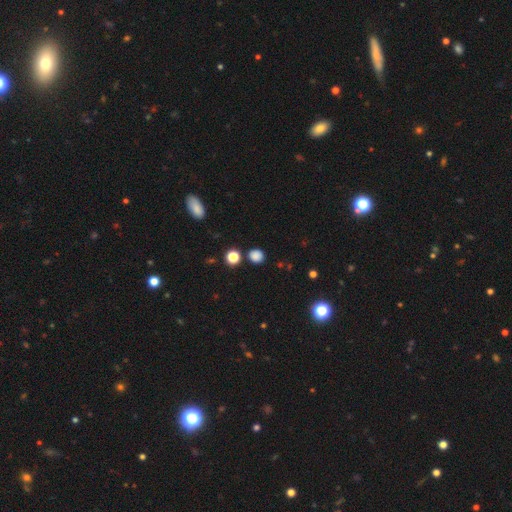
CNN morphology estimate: Q: Smooth or featured?
A: smooth (81%); runner-up: star or artifact (15%)
Q: How rounded?
A: round (81%); runner-up: in between (18%)
Q: Merging?
A: none (83%); runner-up: minor disturbance (9%)